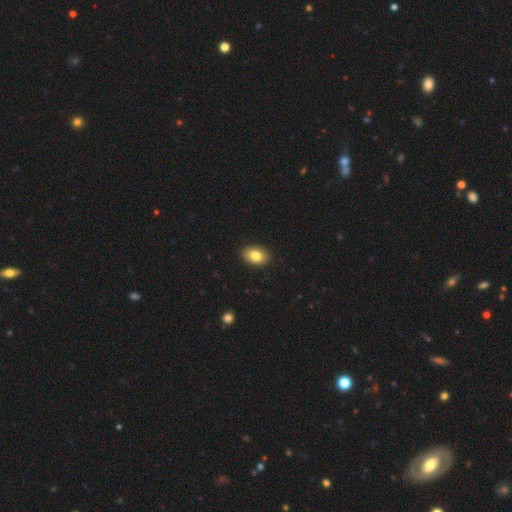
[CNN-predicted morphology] The model was most divided on "how rounded": in between: 86%, round: 13%, cigar-shaped: 1%. More confident: merging — none (90%); smooth or featured — smooth (83%).